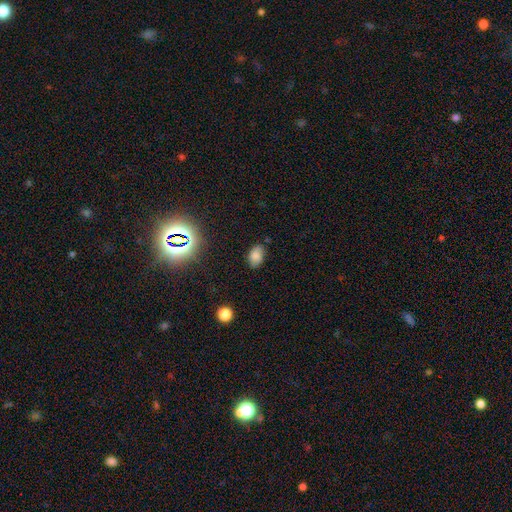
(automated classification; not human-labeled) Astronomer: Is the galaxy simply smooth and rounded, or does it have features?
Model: smooth — 77%.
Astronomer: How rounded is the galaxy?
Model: in between — 88%.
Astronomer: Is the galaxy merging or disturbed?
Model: none — 78%.